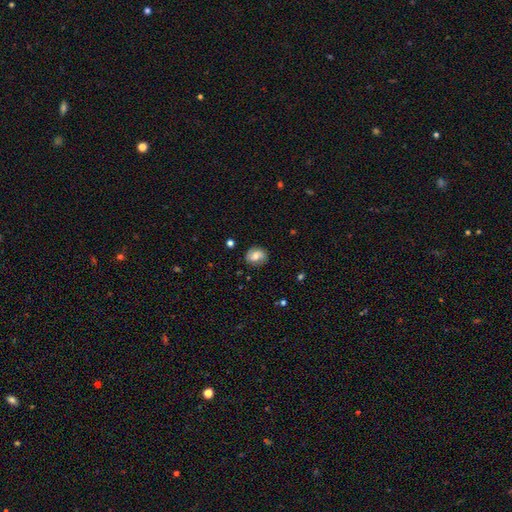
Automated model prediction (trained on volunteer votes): This is possibly a smooth galaxy (50%). How rounded: possibly round (53%). Merging: likely none (79%).